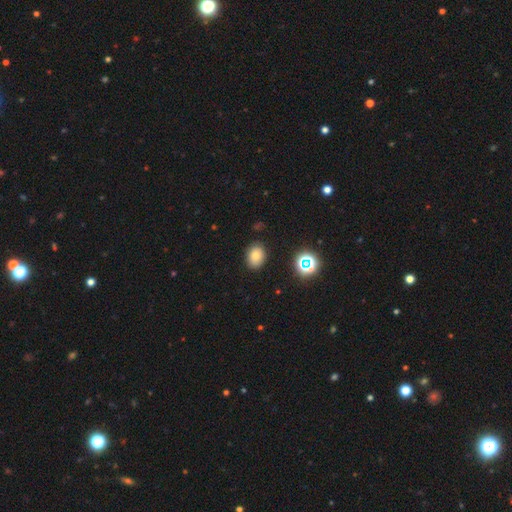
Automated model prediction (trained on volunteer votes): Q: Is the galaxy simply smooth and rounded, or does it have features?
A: smooth — 76%.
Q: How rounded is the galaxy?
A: in between — 66%.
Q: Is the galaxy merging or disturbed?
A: none — 86%.